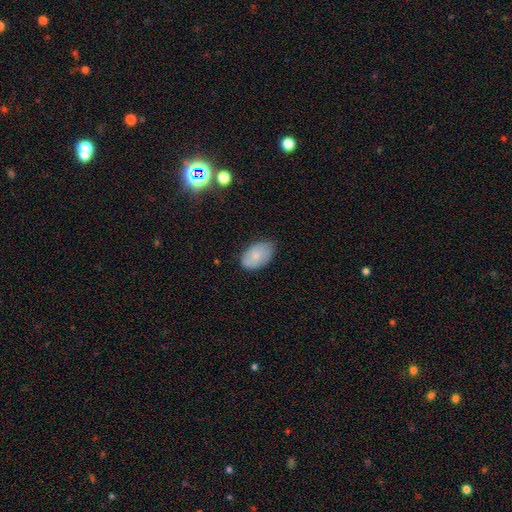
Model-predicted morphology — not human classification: This is likely a smooth galaxy (77%). How rounded: clearly in between (92%). Merging: likely none (67%).